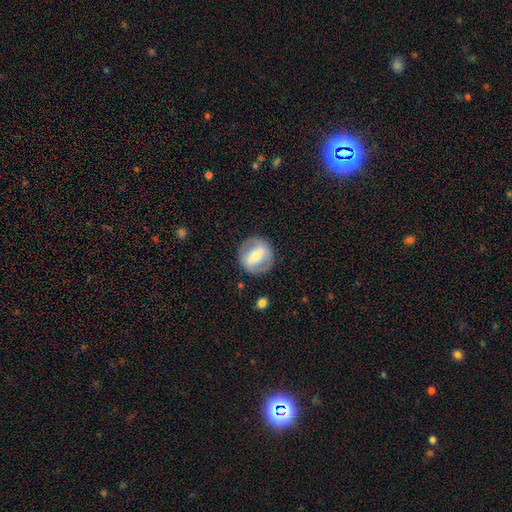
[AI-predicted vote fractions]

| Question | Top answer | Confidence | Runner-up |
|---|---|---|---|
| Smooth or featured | featured or disk | 55% | smooth (39%) |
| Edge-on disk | no | 94% | yes (6%) |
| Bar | strong | 50% | weak (31%) |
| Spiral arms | no | 57% | yes (43%) |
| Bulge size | moderate | 50% | small (43%) |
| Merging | none | 84% | minor disturbance (10%) |